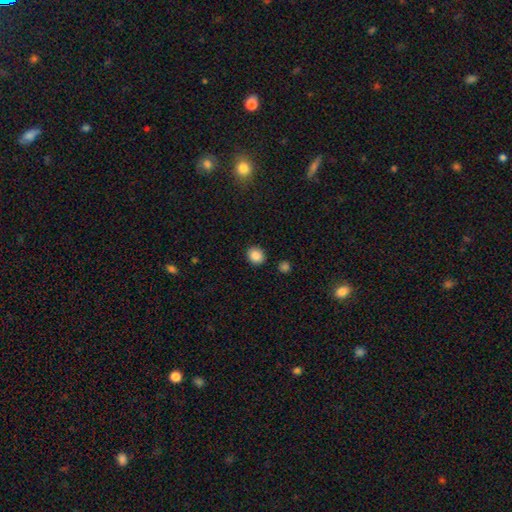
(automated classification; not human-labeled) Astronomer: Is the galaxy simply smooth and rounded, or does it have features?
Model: smooth — 87%.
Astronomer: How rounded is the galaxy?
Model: round — 69%.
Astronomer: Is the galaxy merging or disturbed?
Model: none — 89%.